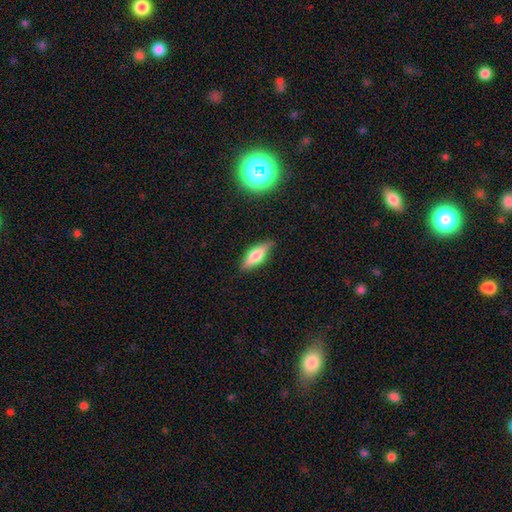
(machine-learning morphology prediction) Smooth or featured: smooth — 60% (featured or disk — 33%)
How rounded: in between — 56% (cigar-shaped — 41%)
Merging: none — 83% (minor disturbance — 13%)